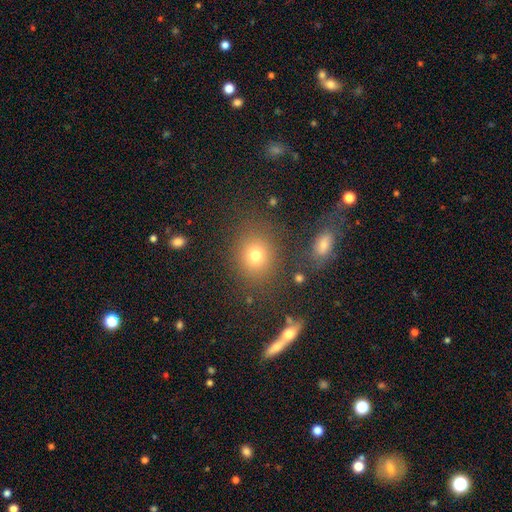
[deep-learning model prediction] Smooth or featured? smooth (71%)
How rounded? round (72%)
Merging? none (81%)